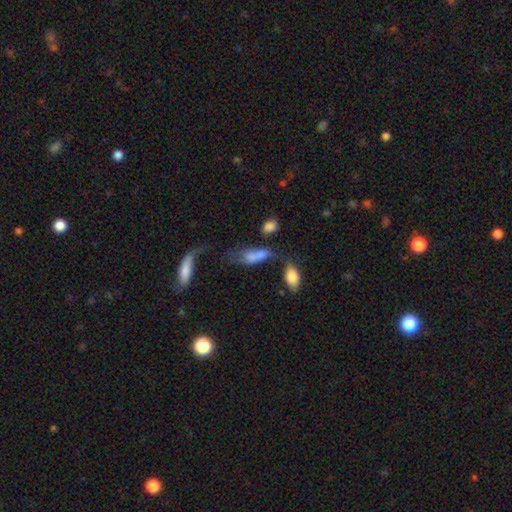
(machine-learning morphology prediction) Smooth or featured? smooth (68%)
How rounded? in between (74%)
Merging? merger (36%)